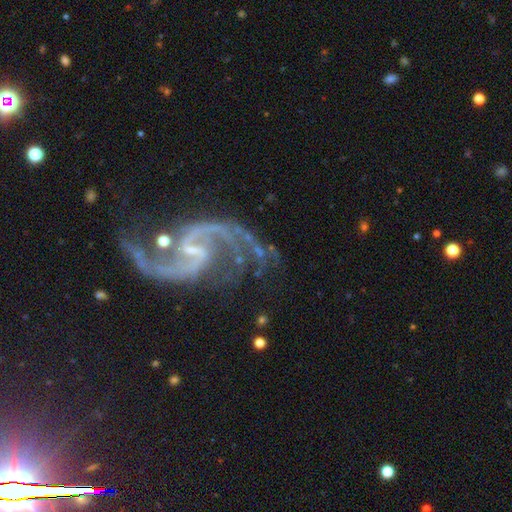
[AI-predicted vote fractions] Overall: featured or disk (92%). Edge-on disk: no (98%). Bar: weak (52%; no 27%). Spiral arms: yes (98%). Spiral arm count: 2 (93%). Spiral winding: loose (67%). Bulge size: small (70%). Merging: none (59%).